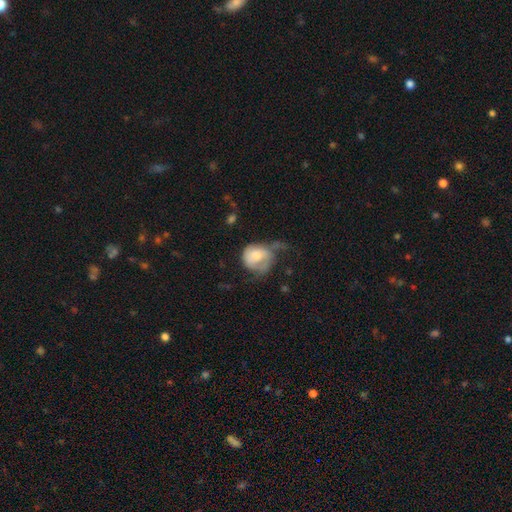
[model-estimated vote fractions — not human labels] Morphology: type=smooth (60%); roundness=round (68%); merging=major disturbance (42%).